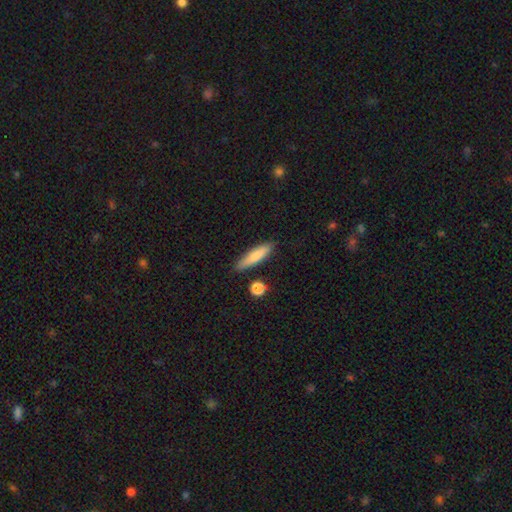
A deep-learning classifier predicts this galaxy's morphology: smooth 78%, featured or disk 15%, star or artifact 6%. Down the decision tree: how rounded — cigar-shaped (79%); merging — none (83%).